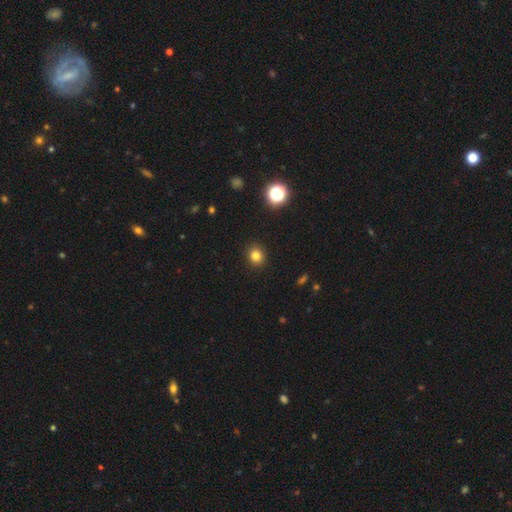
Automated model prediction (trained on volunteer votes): Smooth or featured?
  - smooth: 80% *
  - star or artifact: 14%
  - featured or disk: 6%
How rounded?
  - round: 80% *
  - in between: 19%
  - cigar-shaped: 1%
Merging?
  - none: 91% *
  - minor disturbance: 6%
  - major disturbance: 2%
  - merger: 1%